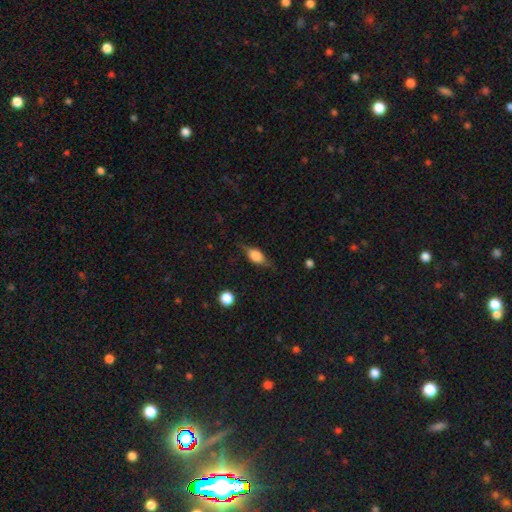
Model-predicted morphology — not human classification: Smooth or featured: featured or disk — 52% (smooth — 40%)
Edge-on disk: yes — 93% (no — 7%)
Merging: none — 73% (minor disturbance — 19%)